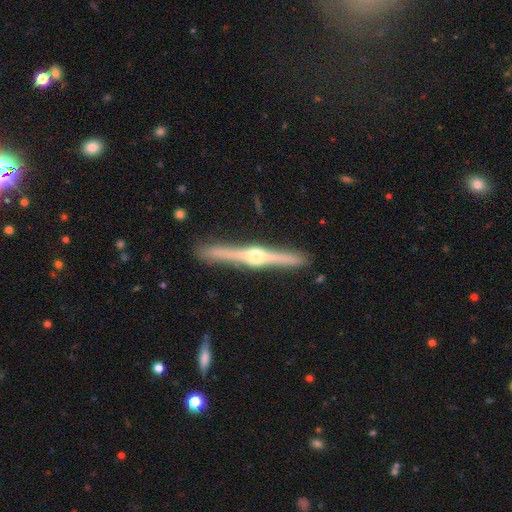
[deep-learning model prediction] This is clearly a featured or disk galaxy (84%). It is clearly viewed edge-on (98%). Edge-on bulge: clearly rounded (93%). Merging: clearly none (91%).